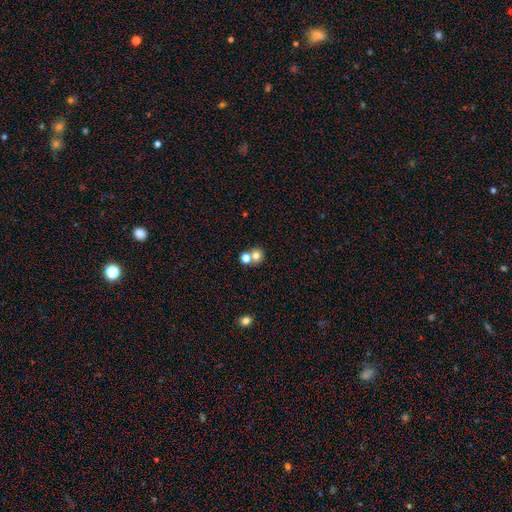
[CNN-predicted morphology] Smooth or featured?
  - smooth: 73% *
  - star or artifact: 14%
  - featured or disk: 13%
How rounded?
  - round: 80% *
  - in between: 19%
  - cigar-shaped: 1%
Merging?
  - none: 47% *
  - merger: 43%
  - minor disturbance: 6%
  - major disturbance: 3%